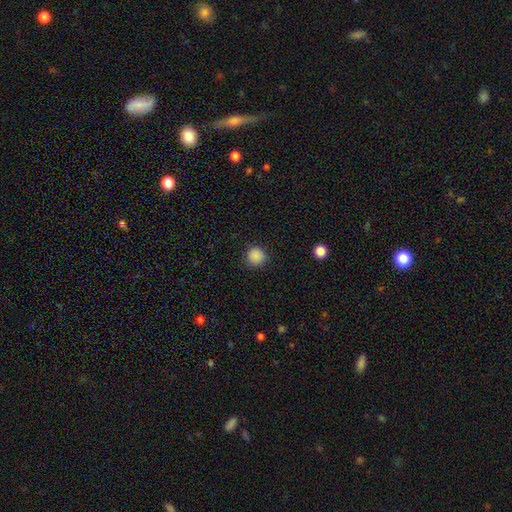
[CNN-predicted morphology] This is clearly a smooth galaxy (88%). How rounded: clearly round (94%). Merging: clearly none (90%).